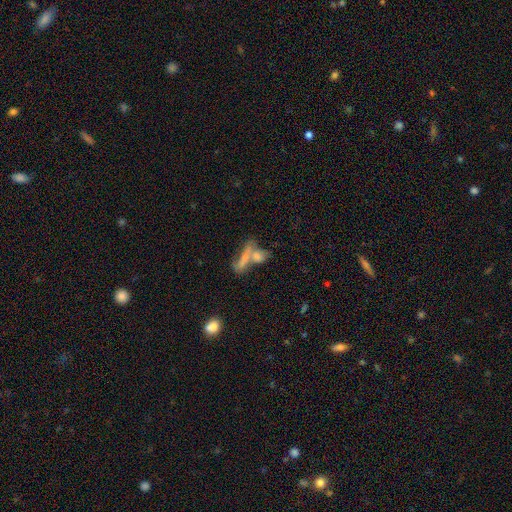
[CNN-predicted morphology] smooth 48%, featured or disk 34%, star or artifact 18%. Down the decision tree: merging — merger (49%).